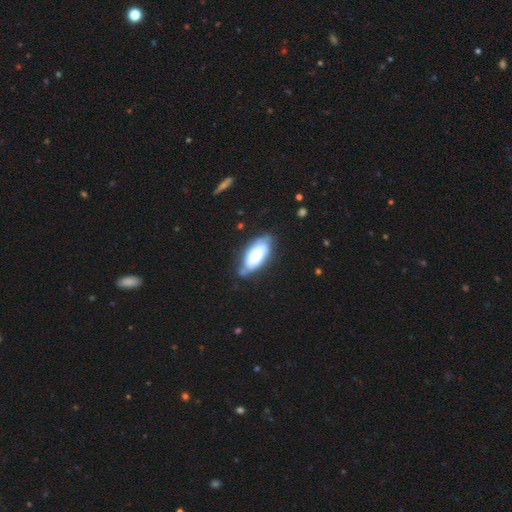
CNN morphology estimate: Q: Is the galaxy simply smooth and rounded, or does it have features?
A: smooth — 49%.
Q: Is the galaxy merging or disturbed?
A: none — 68%.